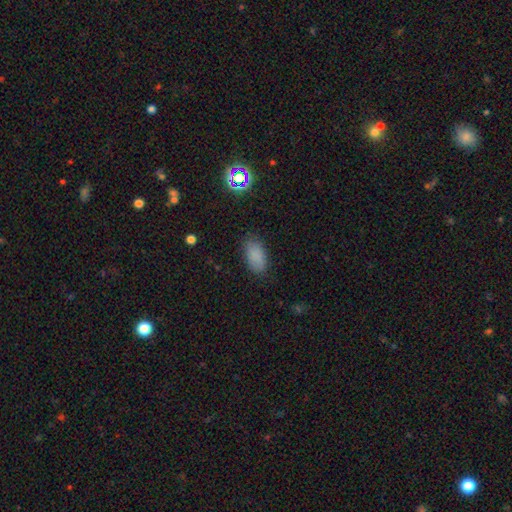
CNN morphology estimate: This appears to be a smooth galaxy with no disk features (83%) that is in between round and cigar-shaped (92%). Merging: none (82%).